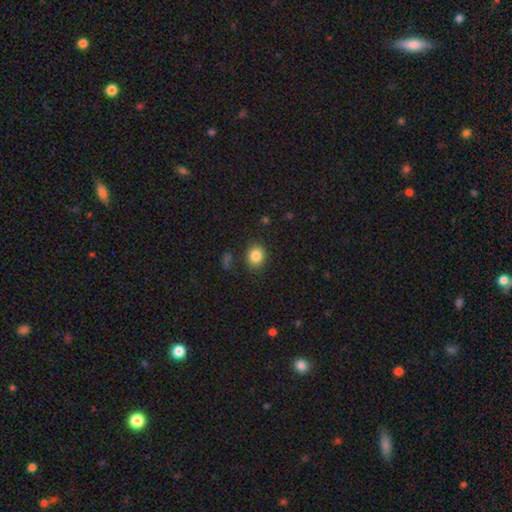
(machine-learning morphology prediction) This is clearly a smooth galaxy (84%). How rounded: likely round (65%). Merging: clearly none (84%).